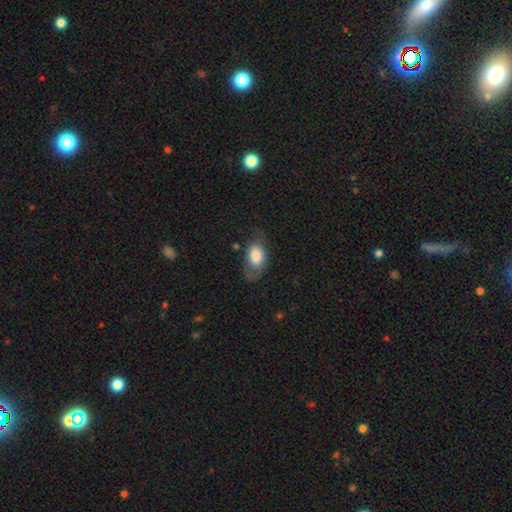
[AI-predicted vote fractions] Q: Smooth or featured?
A: smooth (76%); runner-up: featured or disk (17%)
Q: How rounded?
A: in between (88%); runner-up: round (10%)
Q: Merging?
A: none (50%); runner-up: minor disturbance (29%)